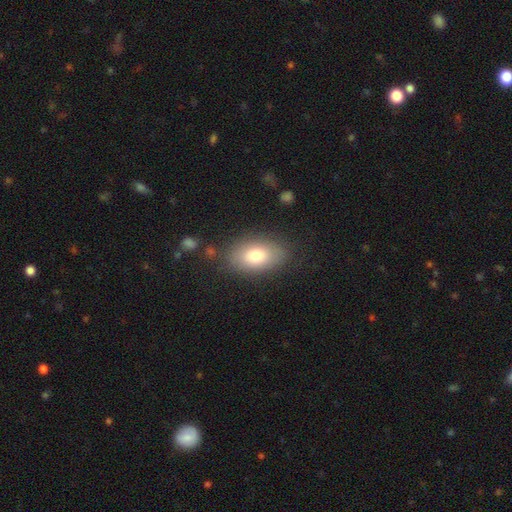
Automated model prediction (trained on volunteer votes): Q: Smooth or featured?
A: smooth (78%); runner-up: featured or disk (14%)
Q: How rounded?
A: in between (90%); runner-up: round (7%)
Q: Merging?
A: none (81%); runner-up: minor disturbance (13%)